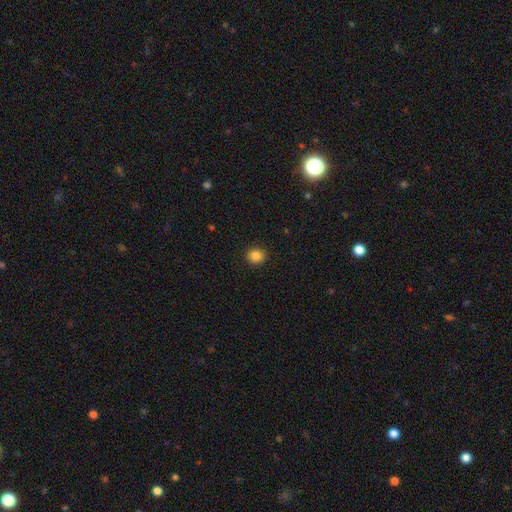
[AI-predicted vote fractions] Smooth or featured? Predicted: smooth (p=0.85). How rounded? Predicted: round (p=0.84). Merging? Predicted: none (p=0.92).